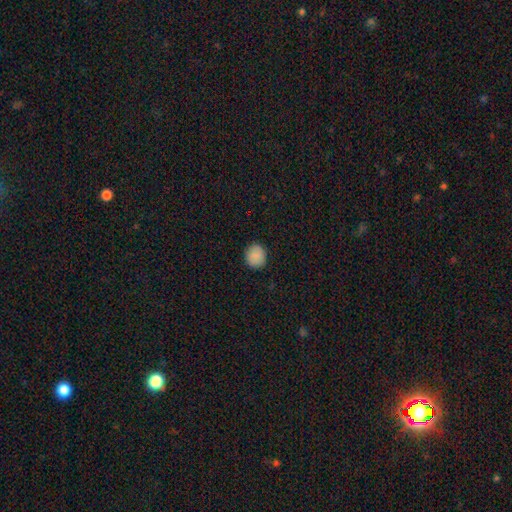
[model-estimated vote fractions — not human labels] This appears to be a smooth galaxy with no disk features (89%) that is round (87%). Merging: none (91%).